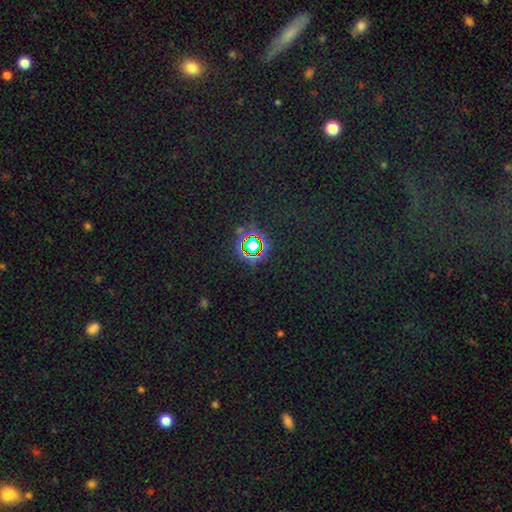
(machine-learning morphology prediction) Overall: star or artifact (74%).